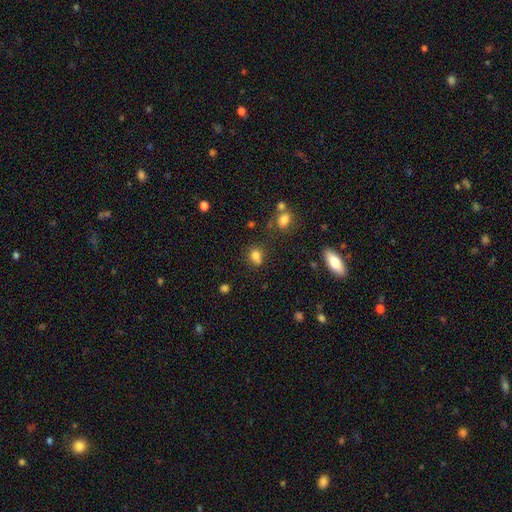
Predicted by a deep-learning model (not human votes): Smooth or featured? smooth (78%)
How rounded? round (55%)
Merging? none (56%)